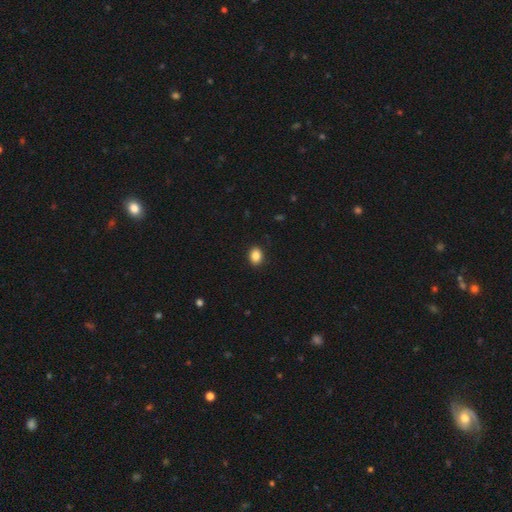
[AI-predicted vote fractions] Smooth or featured: smooth — 87% (star or artifact — 9%)
How rounded: in between — 63% (round — 36%)
Merging: none — 90% (minor disturbance — 8%)